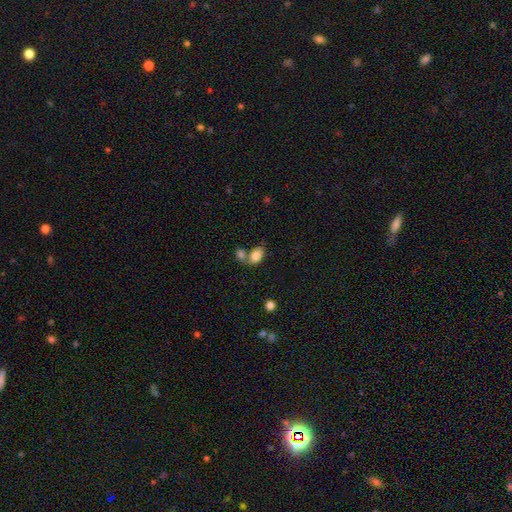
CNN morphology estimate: smooth 82%, featured or disk 10%, star or artifact 9%. Down the decision tree: how rounded — in between (82%); merging — merger (48%).